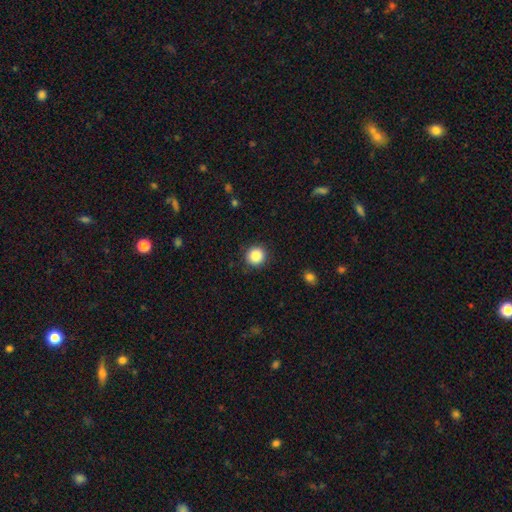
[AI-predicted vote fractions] Overall: smooth (88%). How rounded: round (94%). Merging: none (91%).